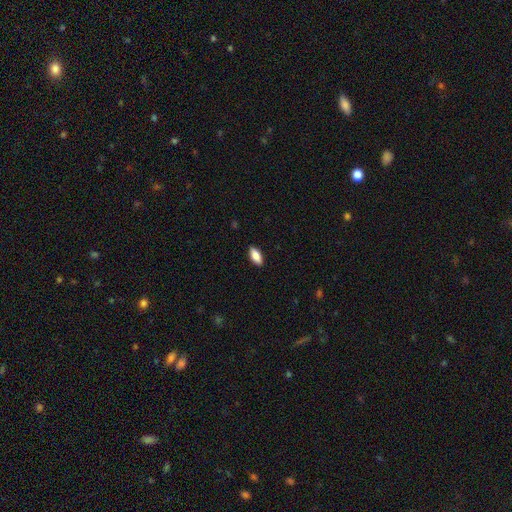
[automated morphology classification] This is clearly a smooth galaxy (85%). How rounded: clearly in between (85%). Merging: clearly none (89%).